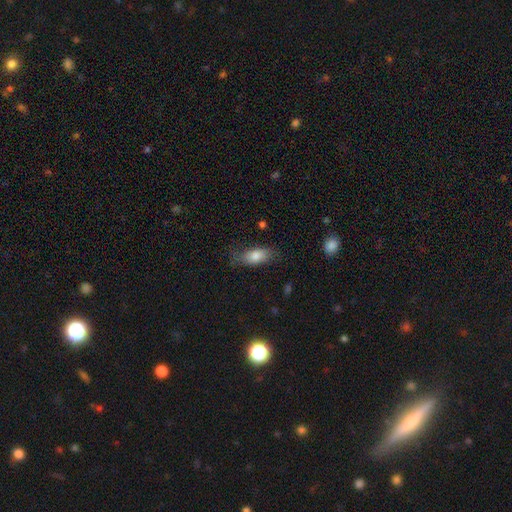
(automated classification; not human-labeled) Morphology: type=smooth (81%); roundness=in between (87%); merging=none (67%).